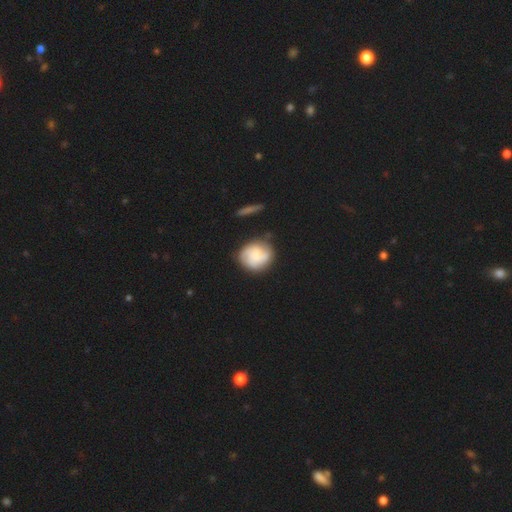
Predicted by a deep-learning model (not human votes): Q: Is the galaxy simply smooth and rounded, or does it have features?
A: smooth — 48%.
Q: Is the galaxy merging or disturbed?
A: none — 66%.